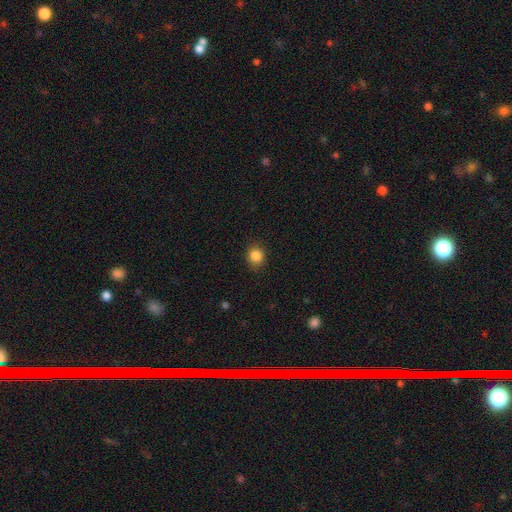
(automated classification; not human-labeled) A smooth galaxy with no disk features (86%) that is round (82%).

Vote fractions:
- Smooth or featured? smooth: 86% / star or artifact: 10% / featured or disk: 4%
- How rounded? round: 82% / in between: 17% / cigar-shaped: 1%
- Merging? none: 88% / minor disturbance: 8% / major disturbance: 2% / merger: 1%